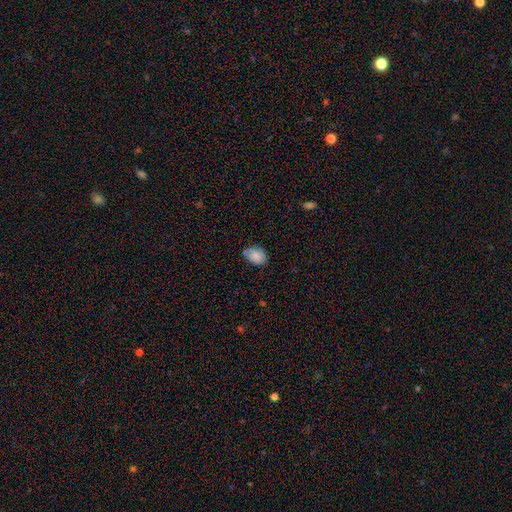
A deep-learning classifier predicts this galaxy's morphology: smooth 81%, featured or disk 11%, star or artifact 8%. Down the decision tree: how rounded — in between (74%); merging — none (62%).